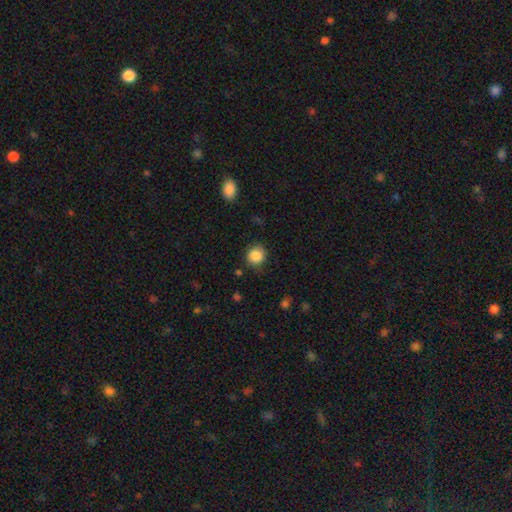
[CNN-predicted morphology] A smooth galaxy with no disk features (86%) that is round (86%). Merging: none (82%).